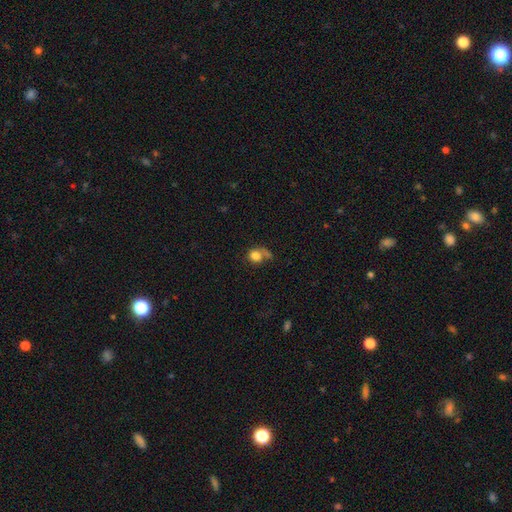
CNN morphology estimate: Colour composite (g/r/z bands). It shows a smooth galaxy with no disk features (77%) that is round (72%). Merging: none (42%).